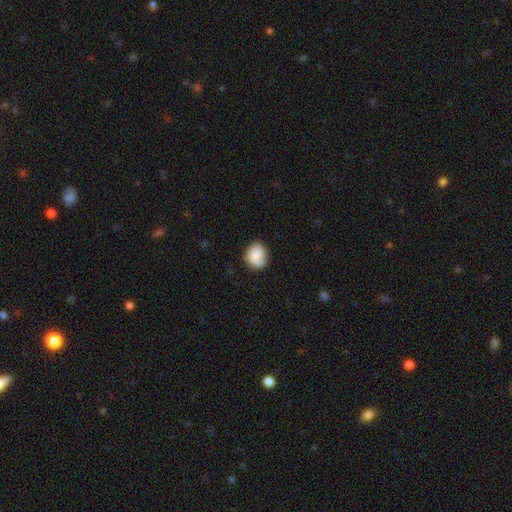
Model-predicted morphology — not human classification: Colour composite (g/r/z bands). It shows a smooth galaxy with no disk features (79%) that is round (66%). Merging: none (72%).